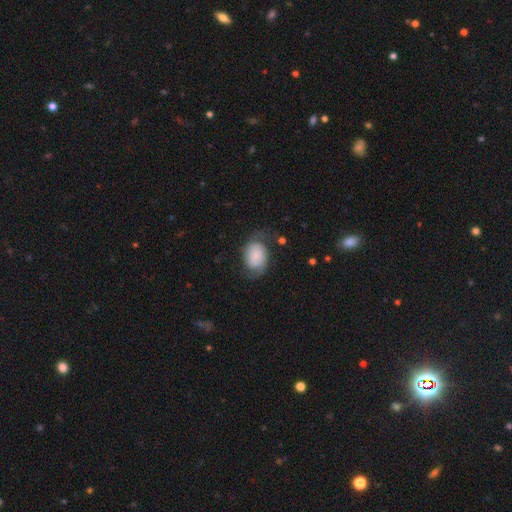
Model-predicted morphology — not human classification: type=featured or disk (46%); merging=none (54%).